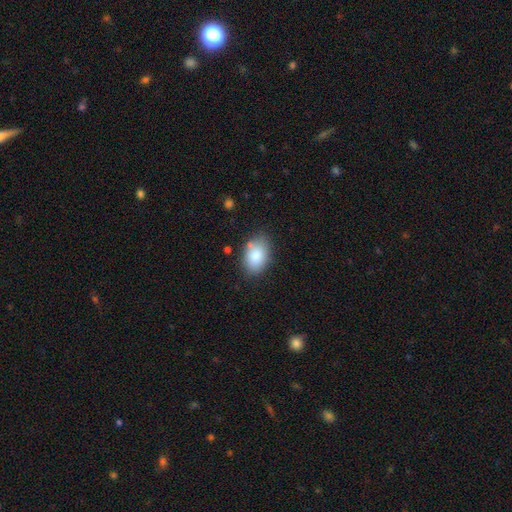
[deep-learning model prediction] The model was most divided on "merging": none: 76%, minor disturbance: 16%, merger: 4%, major disturbance: 4%. More confident: how rounded — in between (88%); smooth or featured — smooth (84%).